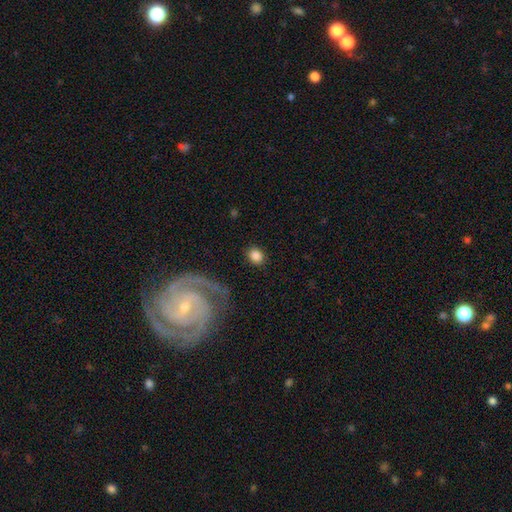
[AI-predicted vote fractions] The model was most divided on "how rounded": round: 64%, in between: 35%, cigar-shaped: 1%. More confident: merging — none (87%); smooth or featured — smooth (83%).